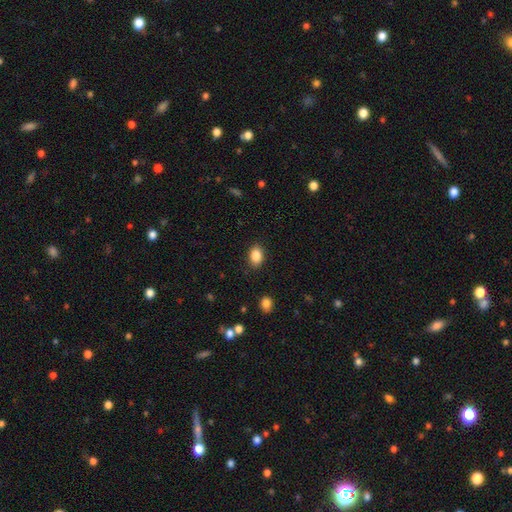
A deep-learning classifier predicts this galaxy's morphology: Smooth or featured: smooth — 87% (star or artifact — 9%)
How rounded: in between — 79% (round — 20%)
Merging: none — 87% (minor disturbance — 9%)